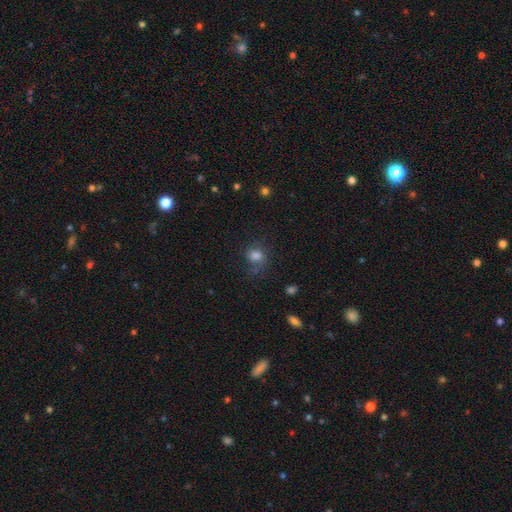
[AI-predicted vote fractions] Smooth or featured? smooth (74%)
How rounded? round (58%)
Merging? none (56%)